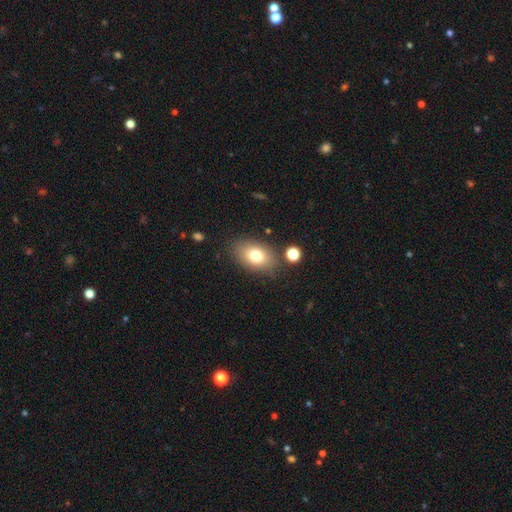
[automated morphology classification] Smooth or featured? smooth (77%)
How rounded? in between (84%)
Merging? none (81%)